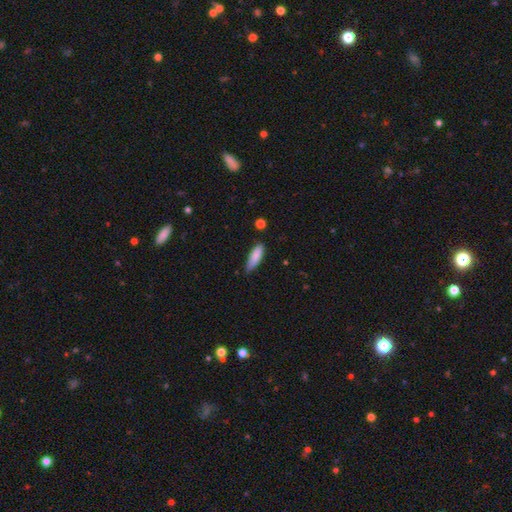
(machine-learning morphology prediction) This is clearly a smooth galaxy (85%). How rounded: possibly in between (51%). Merging: likely none (61%).